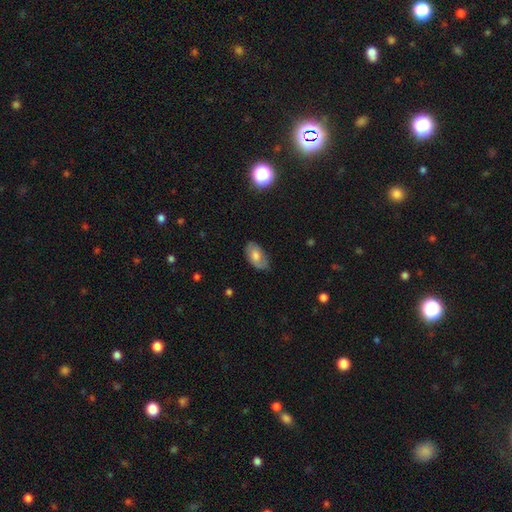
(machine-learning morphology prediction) Q: Smooth or featured?
A: smooth (65%); runner-up: featured or disk (27%)
Q: How rounded?
A: in between (93%); runner-up: round (5%)
Q: Merging?
A: none (69%); runner-up: minor disturbance (25%)